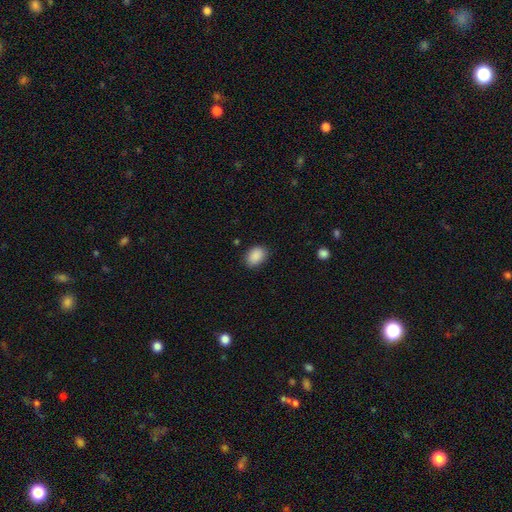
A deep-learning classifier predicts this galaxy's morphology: Q: Smooth or featured?
A: smooth (90%); runner-up: star or artifact (7%)
Q: How rounded?
A: in between (79%); runner-up: round (20%)
Q: Merging?
A: none (85%); runner-up: minor disturbance (11%)